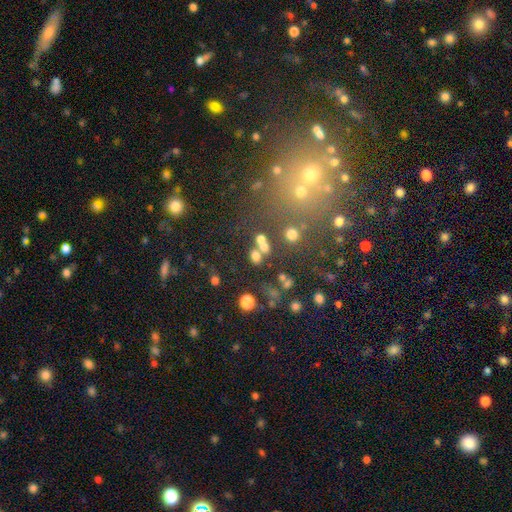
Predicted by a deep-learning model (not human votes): smooth-or-featured: smooth: 61% | star or artifact: 25% | featured or disk: 14%
  how-rounded: round: 61% | in between: 37% | cigar-shaped: 3%
  merging: none: 64% | merger: 20% | minor disturbance: 10% | major disturbance: 6%